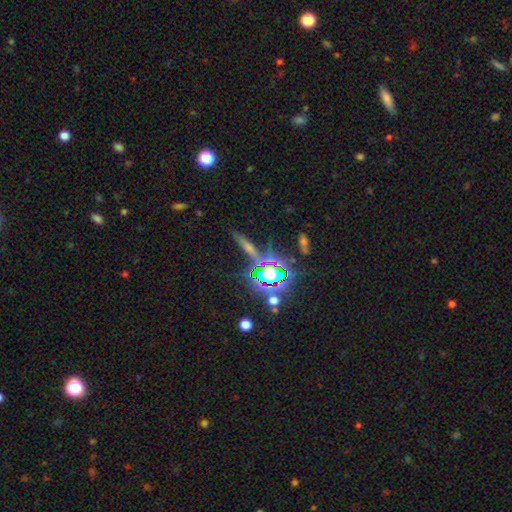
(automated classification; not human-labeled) Smooth or featured? Predicted: star or artifact (p=0.79).